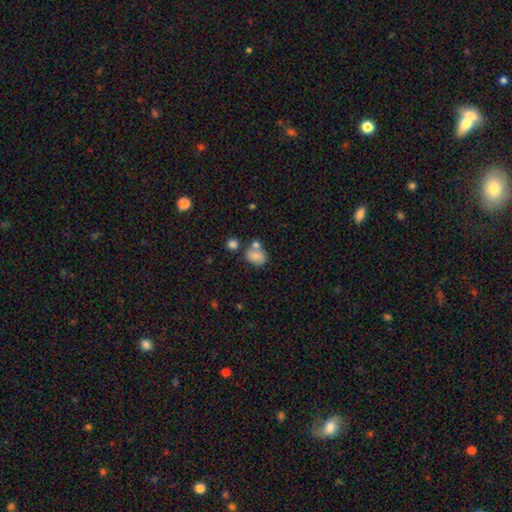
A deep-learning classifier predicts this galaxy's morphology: smooth_or_featured: smooth (p=0.79) [alt: featured or disk p=0.12]
how_rounded: in between (p=0.56) [alt: round p=0.43]
merging: none (p=0.48) [alt: merger p=0.31]